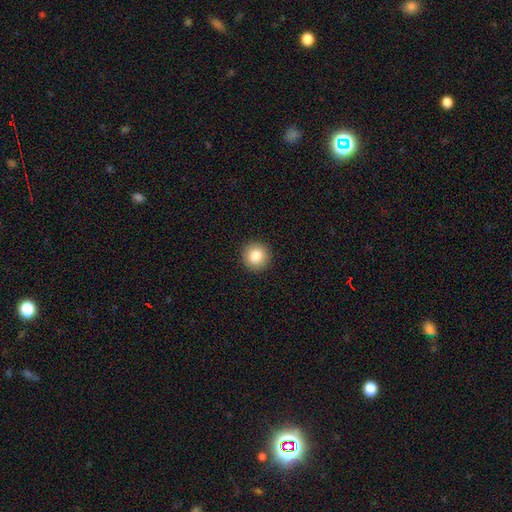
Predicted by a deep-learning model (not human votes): A smooth galaxy with no disk features (84%) that is round (95%). Merging: none (93%).